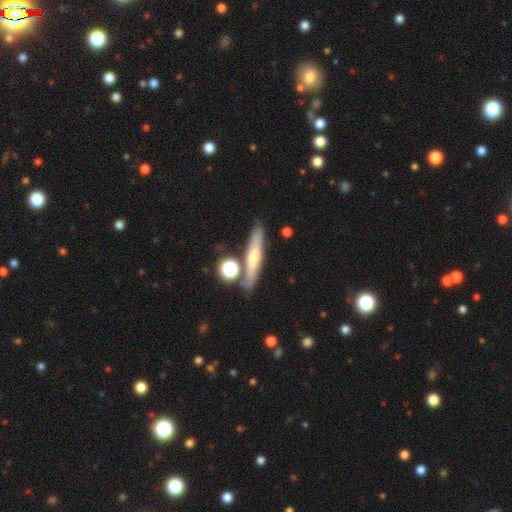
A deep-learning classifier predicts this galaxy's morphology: A featured or disk galaxy (54%) viewed edge-on (89%). Merging: none (77%).